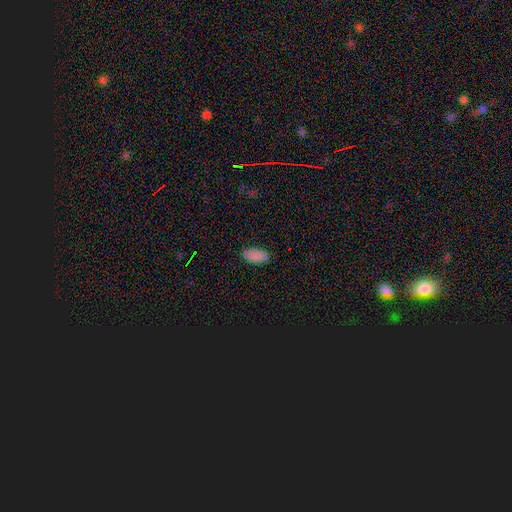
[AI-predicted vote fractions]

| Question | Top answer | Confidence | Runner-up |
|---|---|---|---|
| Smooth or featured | smooth | 88% | star or artifact (8%) |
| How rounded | in between | 91% | cigar-shaped (7%) |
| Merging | none | 88% | minor disturbance (9%) |